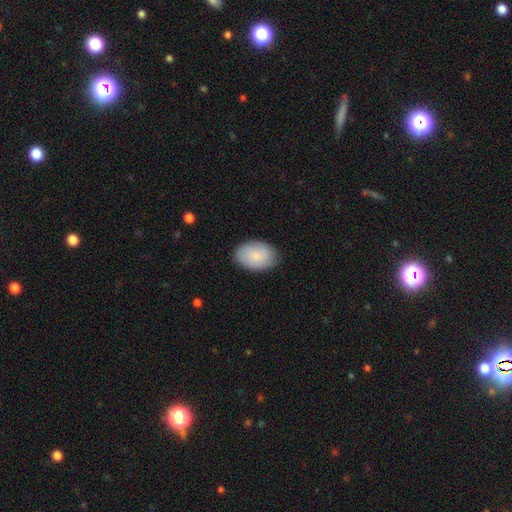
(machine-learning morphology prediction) Overall: smooth (84%). How rounded: in between (86%). Merging: none (83%).